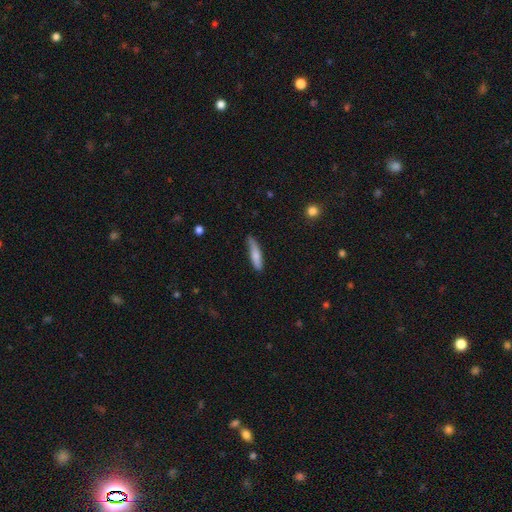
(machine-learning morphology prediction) A smooth galaxy with no disk features (74%) that is cigar-shaped (78%).

Vote fractions:
- Smooth or featured? smooth: 74% / featured or disk: 20% / star or artifact: 6%
- How rounded? cigar-shaped: 78% / in between: 21% / round: 2%
- Merging? none: 68% / minor disturbance: 26% / major disturbance: 4% / merger: 2%